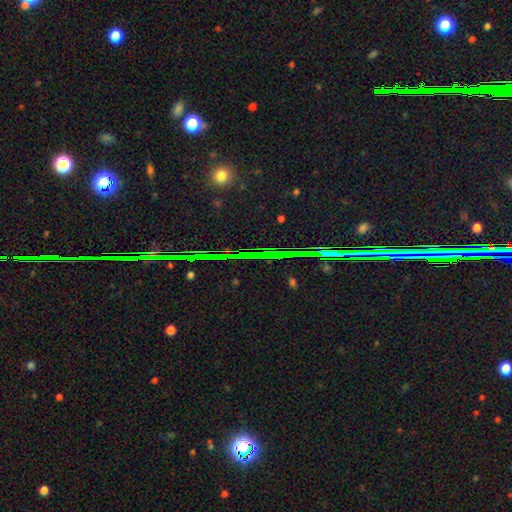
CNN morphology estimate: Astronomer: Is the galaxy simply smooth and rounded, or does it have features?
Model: star or artifact — 74%.